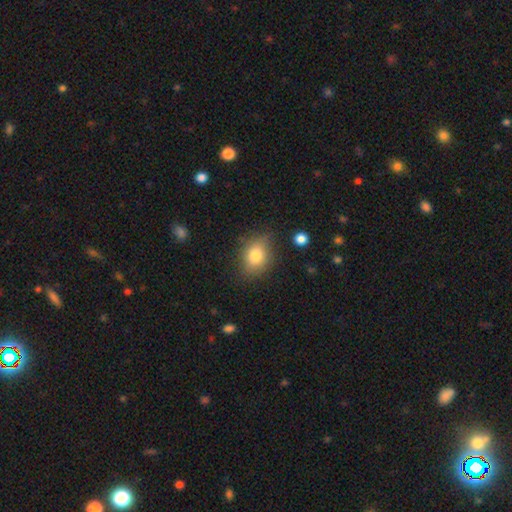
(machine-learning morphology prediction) Smooth or featured?
  - smooth: 78% *
  - featured or disk: 12%
  - star or artifact: 10%
How rounded?
  - in between: 66% *
  - round: 32%
  - cigar-shaped: 2%
Merging?
  - none: 73% *
  - minor disturbance: 19%
  - major disturbance: 5%
  - merger: 2%